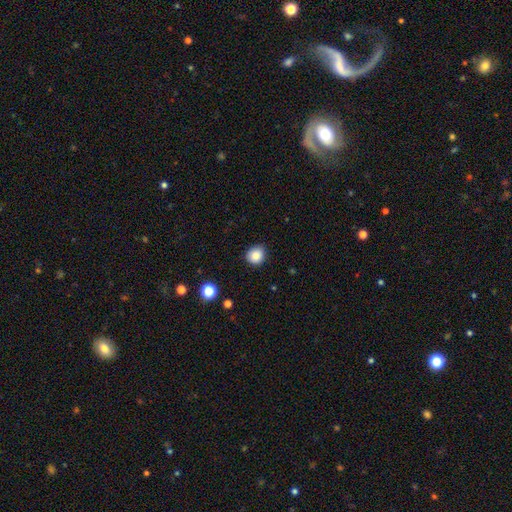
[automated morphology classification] smooth 84%, star or artifact 10%, featured or disk 5%. Down the decision tree: how rounded — round (86%); merging — none (86%).